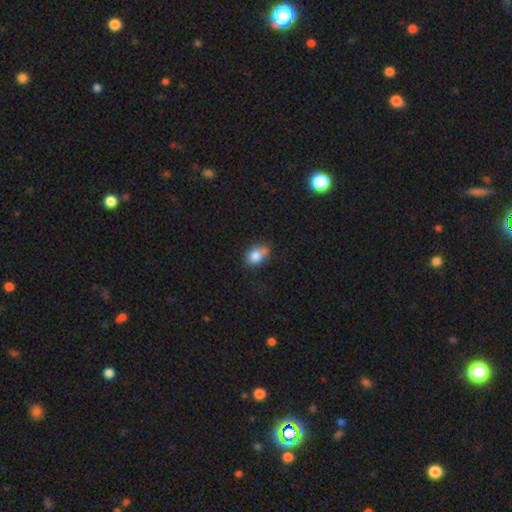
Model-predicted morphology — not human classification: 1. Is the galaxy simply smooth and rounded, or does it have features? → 80% smooth, 10% featured or disk, 10% star or artifact.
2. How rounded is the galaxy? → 62% in between, 36% round, 1% cigar-shaped.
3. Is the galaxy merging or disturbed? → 47% none, 30% minor disturbance, 15% merger, 8% major disturbance.